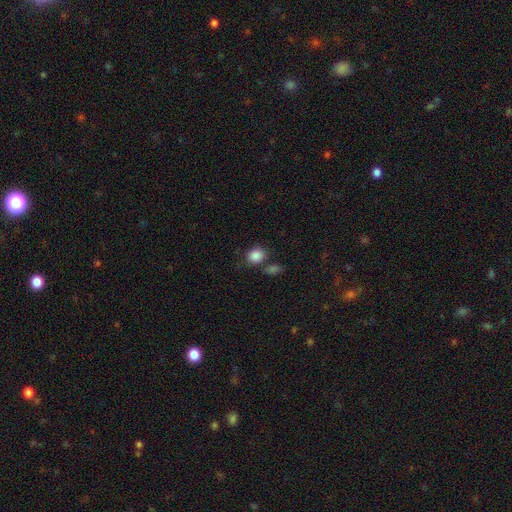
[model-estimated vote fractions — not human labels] A smooth galaxy with no disk features (86%) that is round (60%).

Vote fractions:
- Smooth or featured? smooth: 86% / star or artifact: 9% / featured or disk: 5%
- How rounded? round: 60% / in between: 39% / cigar-shaped: 1%
- Merging? none: 67% / merger: 16% / minor disturbance: 13% / major disturbance: 4%